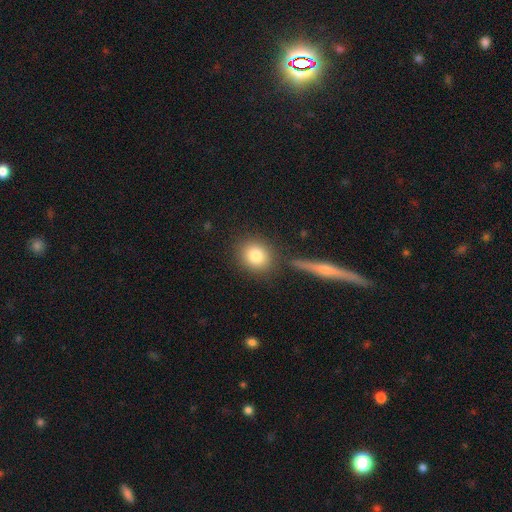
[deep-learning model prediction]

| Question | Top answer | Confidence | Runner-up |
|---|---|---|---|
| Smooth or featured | smooth | 82% | featured or disk (9%) |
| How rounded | round | 75% | in between (23%) |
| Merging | none | 80% | minor disturbance (10%) |